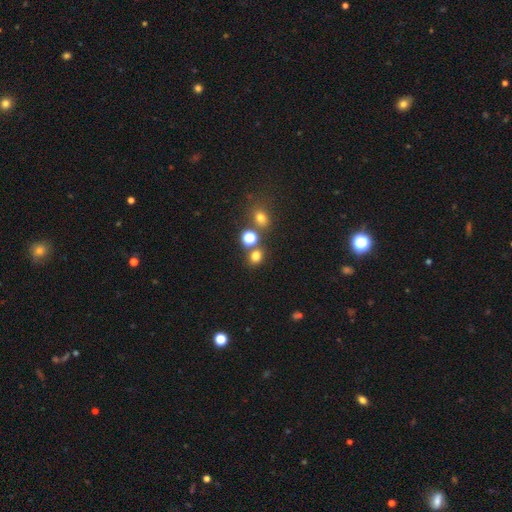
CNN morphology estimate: This is likely a smooth galaxy (72%). How rounded: likely round (71%). Merging: likely none (71%).